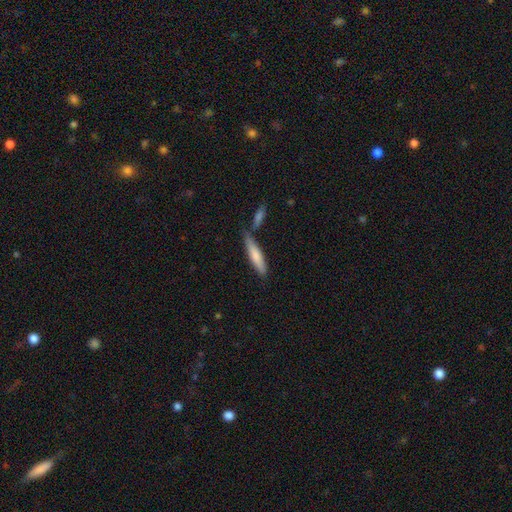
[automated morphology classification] Smooth or featured? smooth (77%)
How rounded? cigar-shaped (79%)
Merging? none (61%)